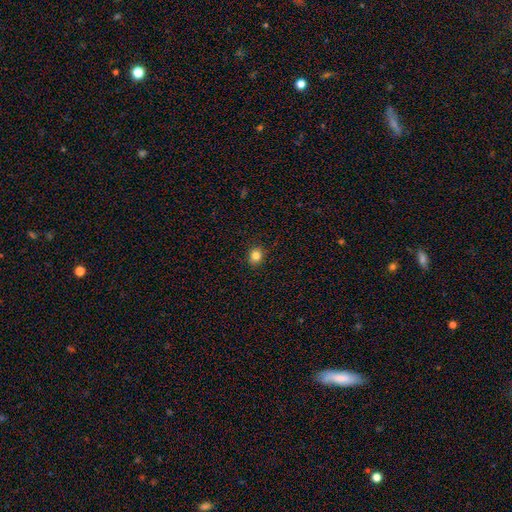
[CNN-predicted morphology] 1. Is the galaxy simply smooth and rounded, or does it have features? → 83% smooth, 12% star or artifact, 6% featured or disk.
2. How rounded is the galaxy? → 75% round, 24% in between, 1% cigar-shaped.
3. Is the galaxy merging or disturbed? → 90% none, 7% minor disturbance, 2% major disturbance, 1% merger.